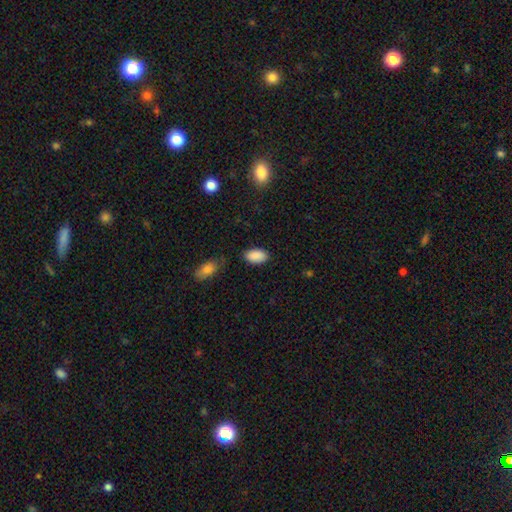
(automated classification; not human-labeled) smooth 90%, star or artifact 7%, featured or disk 3%. Down the decision tree: how rounded — in between (94%); merging — none (82%).